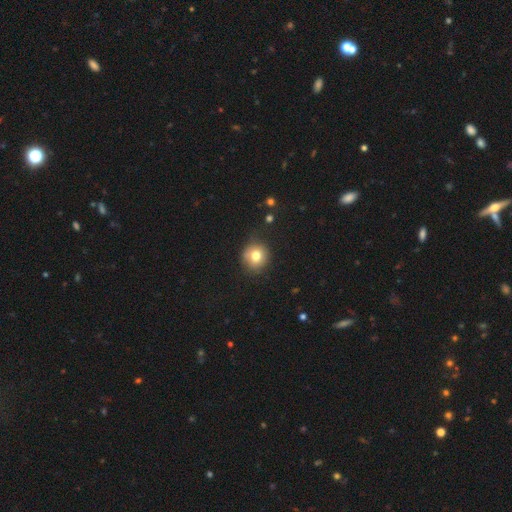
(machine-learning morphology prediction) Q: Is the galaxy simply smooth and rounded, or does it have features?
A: smooth — 76%.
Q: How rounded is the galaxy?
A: round — 86%.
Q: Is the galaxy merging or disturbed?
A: none — 79%.